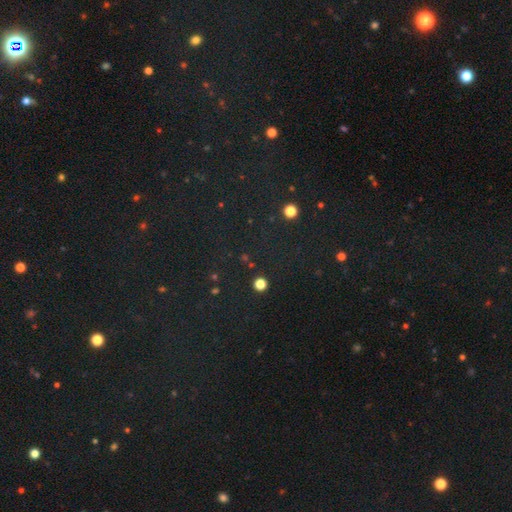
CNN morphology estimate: Smooth or featured?
  - star or artifact: 76% *
  - smooth: 16%
  - featured or disk: 8%